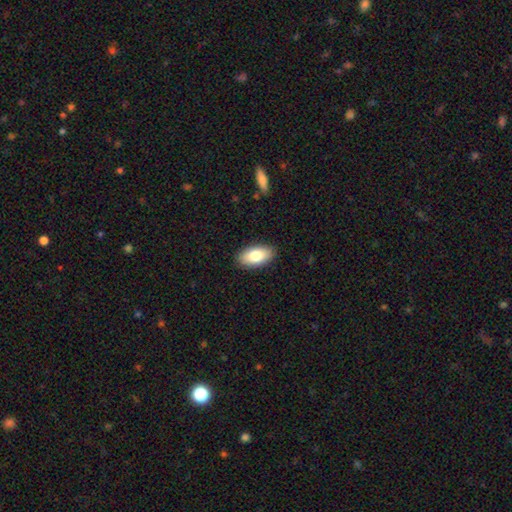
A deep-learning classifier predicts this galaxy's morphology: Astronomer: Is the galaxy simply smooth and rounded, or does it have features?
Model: smooth — 79%.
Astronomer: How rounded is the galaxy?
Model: in between — 93%.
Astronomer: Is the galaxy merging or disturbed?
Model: none — 89%.